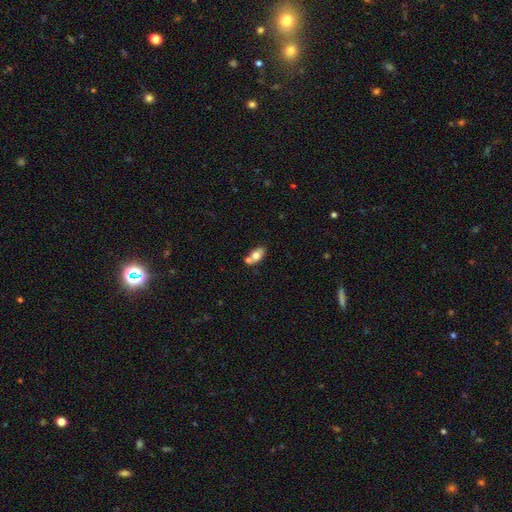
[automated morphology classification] smooth_or_featured: smooth (p=0.69) [alt: featured or disk p=0.24]
how_rounded: in between (p=0.85) [alt: round p=0.10]
merging: none (p=0.45) [alt: merger p=0.37]